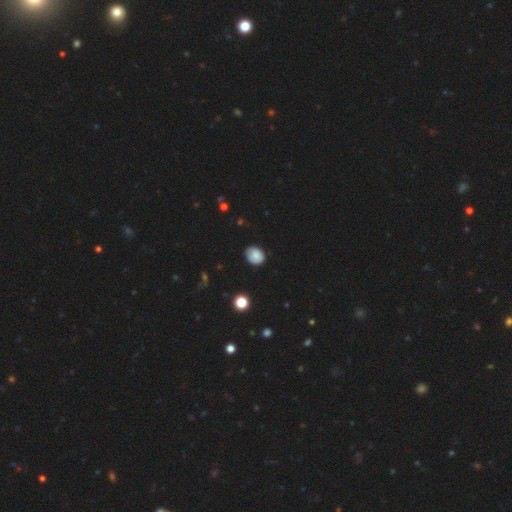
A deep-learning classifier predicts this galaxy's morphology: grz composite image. It shows a smooth galaxy with no disk features (82%) that is in between round and cigar-shaped (50%). Merging: none (77%).